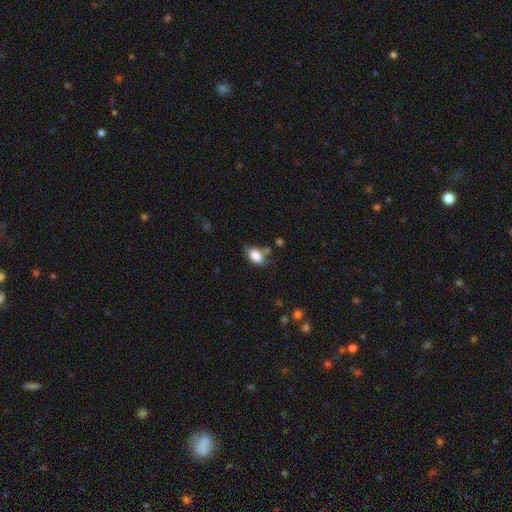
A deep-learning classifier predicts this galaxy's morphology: smooth-or-featured: smooth: 84% | star or artifact: 8% | featured or disk: 7%
  how-rounded: in between: 89% | round: 9% | cigar-shaped: 2%
  merging: none: 57% | minor disturbance: 25% | merger: 10% | major disturbance: 7%